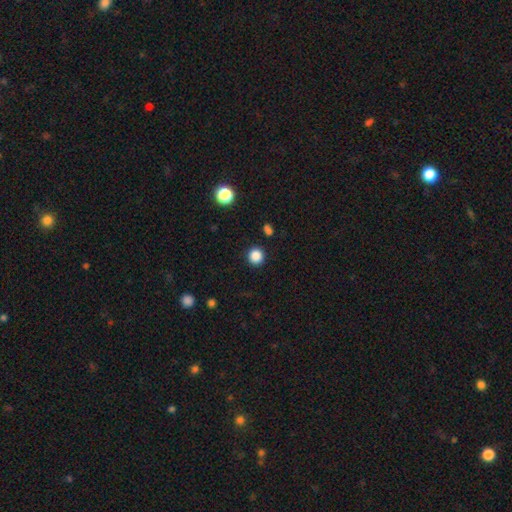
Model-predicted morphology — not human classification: A smooth galaxy with no disk features (85%) that is round (94%).

Vote fractions:
- Smooth or featured? smooth: 85% / star or artifact: 11% / featured or disk: 3%
- How rounded? round: 94% / in between: 5% / cigar-shaped: 1%
- Merging? none: 91% / minor disturbance: 5% / major disturbance: 2% / merger: 2%